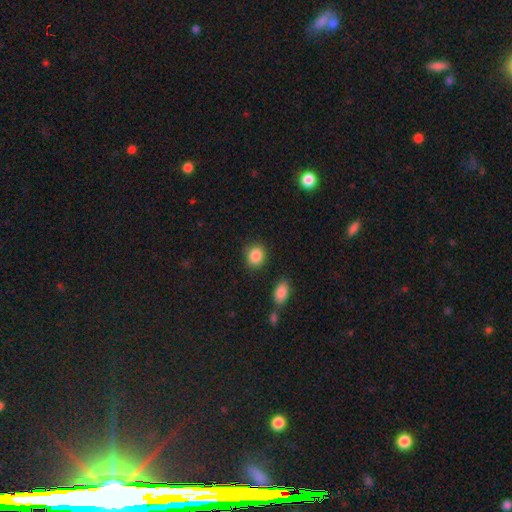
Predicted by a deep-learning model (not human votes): Smooth or featured?
  - smooth: 87% *
  - star or artifact: 8%
  - featured or disk: 4%
How rounded?
  - round: 70% *
  - in between: 29%
  - cigar-shaped: 1%
Merging?
  - none: 84% *
  - minor disturbance: 11%
  - major disturbance: 3%
  - merger: 3%